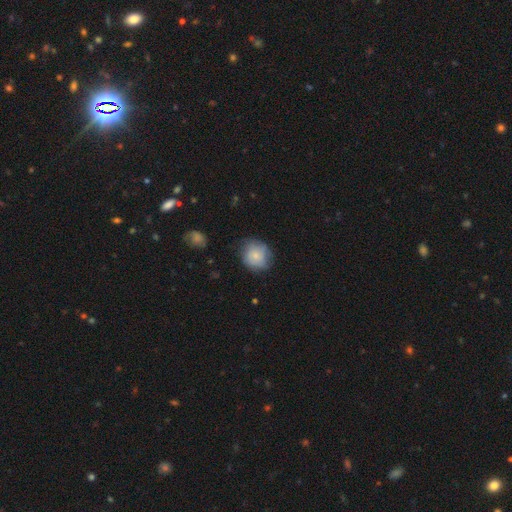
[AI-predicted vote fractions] A smooth galaxy with no disk features (77%) that is round (82%). Merging: none (70%).